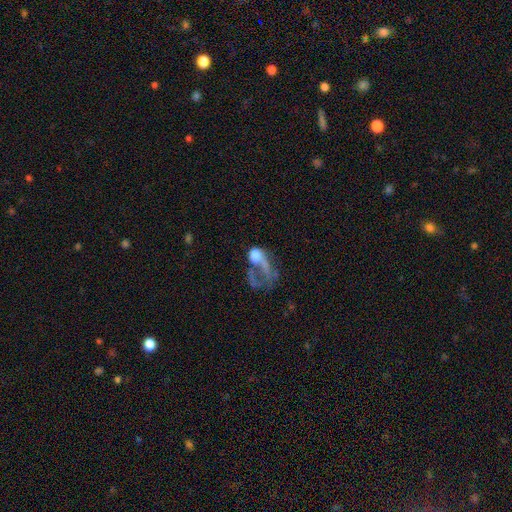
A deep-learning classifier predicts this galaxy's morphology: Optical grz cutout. It shows a featured or disk galaxy (45%). Merging: major disturbance (57%).